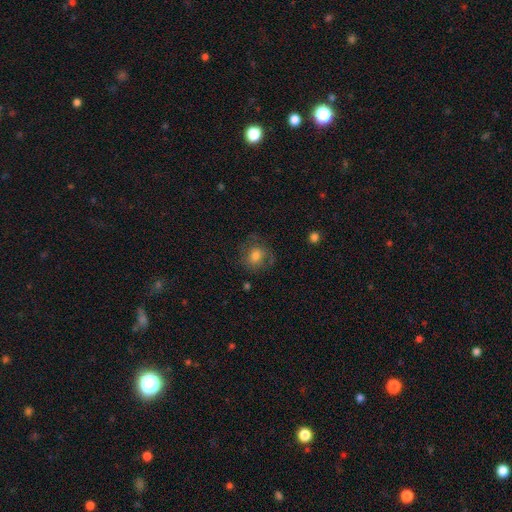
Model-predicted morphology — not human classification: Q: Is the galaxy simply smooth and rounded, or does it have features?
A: smooth — 66%.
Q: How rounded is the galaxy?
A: round — 83%.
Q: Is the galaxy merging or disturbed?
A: none — 71%.